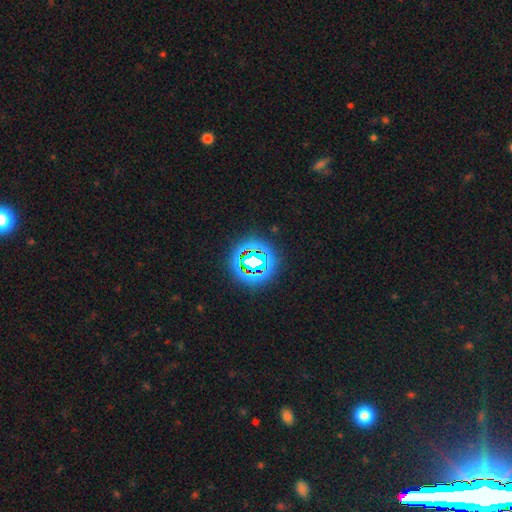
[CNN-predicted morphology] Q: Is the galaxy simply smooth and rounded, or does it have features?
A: star or artifact — 71%.